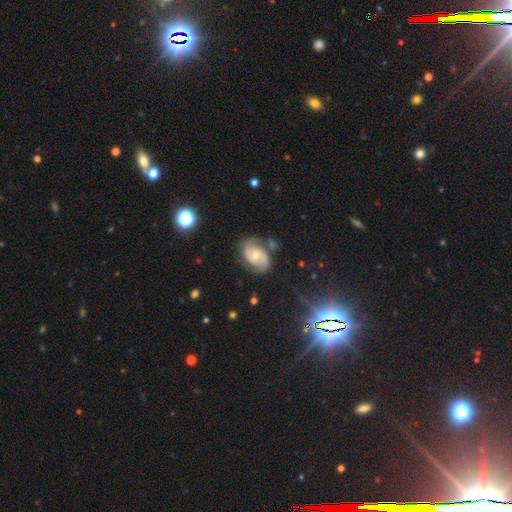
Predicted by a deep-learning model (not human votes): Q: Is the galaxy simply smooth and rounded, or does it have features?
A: featured or disk — 71%.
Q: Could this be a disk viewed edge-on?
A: no — 96%.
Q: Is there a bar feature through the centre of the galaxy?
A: no — 55%.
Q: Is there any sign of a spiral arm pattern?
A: yes — 89%.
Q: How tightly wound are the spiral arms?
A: medium — 47%.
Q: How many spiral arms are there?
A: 2 — 82%.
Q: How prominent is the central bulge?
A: moderate — 54%.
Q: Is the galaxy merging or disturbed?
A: none — 70%.